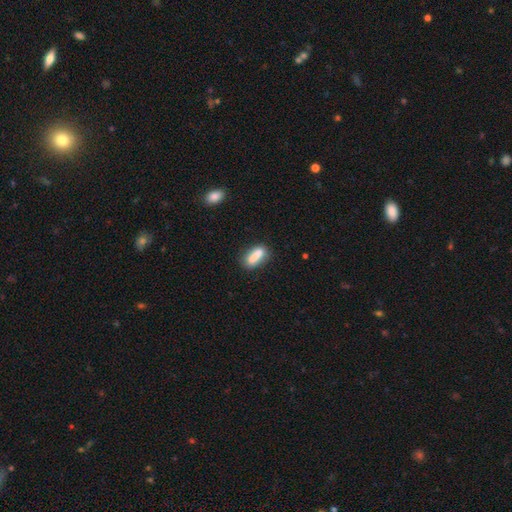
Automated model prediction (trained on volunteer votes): This appears to be a smooth galaxy with no disk features (79%) that is in between round and cigar-shaped (62%). Merging: none (66%).